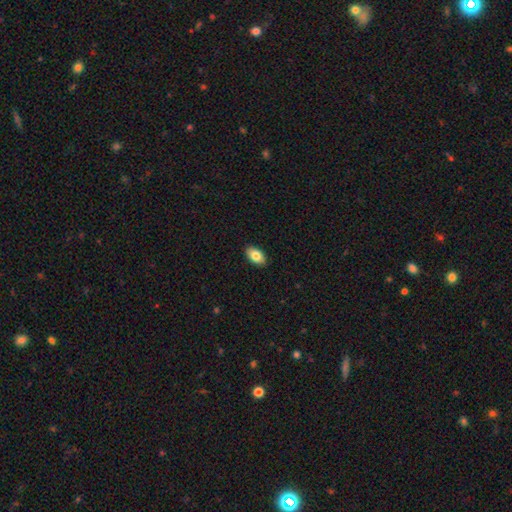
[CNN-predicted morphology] smooth 82%, featured or disk 11%, star or artifact 7%. Down the decision tree: how rounded — in between (93%); merging — none (90%).